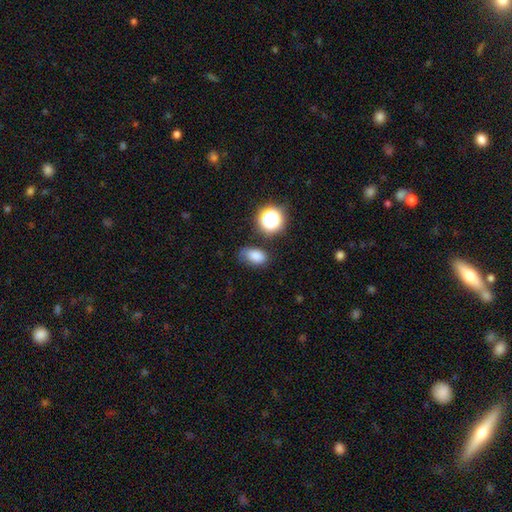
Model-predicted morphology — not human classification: The model was most divided on "merging": none: 60%, minor disturbance: 26%, major disturbance: 8%, merger: 5%. More confident: how rounded — in between (81%); smooth or featured — smooth (77%).